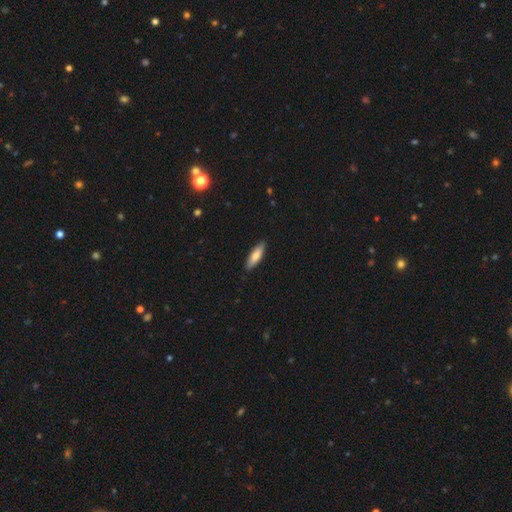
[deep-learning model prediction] A smooth galaxy with no disk features (76%) that is cigar-shaped (58%). Merging: none (89%).